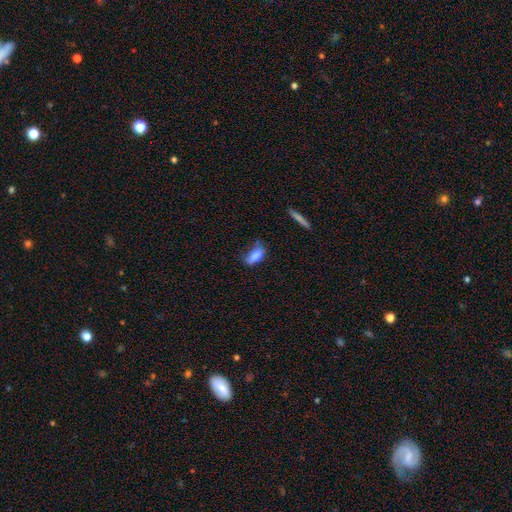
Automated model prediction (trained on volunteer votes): A smooth galaxy with no disk features (73%) that is in between round and cigar-shaped (82%).

Vote fractions:
- Smooth or featured? smooth: 73% / featured or disk: 18% / star or artifact: 9%
- How rounded? in between: 82% / cigar-shaped: 12% / round: 6%
- Merging? minor disturbance: 35% (tied) / none: 35% (tied) / major disturbance: 25% / merger: 6%